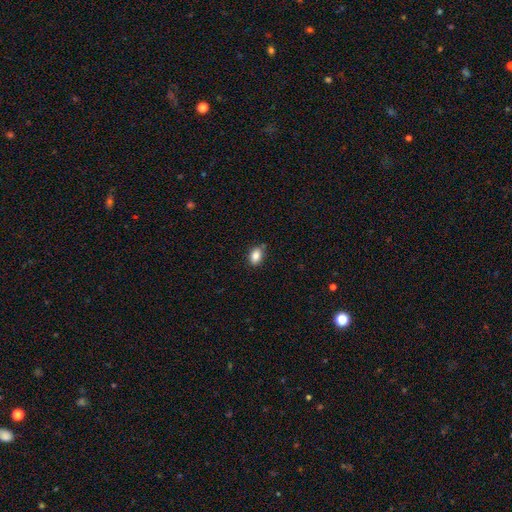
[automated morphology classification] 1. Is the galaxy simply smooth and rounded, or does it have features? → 85% smooth, 9% star or artifact, 6% featured or disk.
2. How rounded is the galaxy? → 84% in between, 14% round, 2% cigar-shaped.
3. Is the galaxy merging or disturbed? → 76% none, 17% minor disturbance, 4% merger, 3% major disturbance.